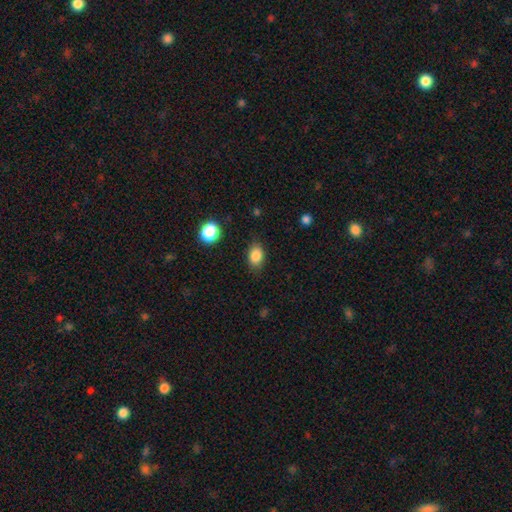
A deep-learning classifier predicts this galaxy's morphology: A smooth galaxy with no disk features (86%) that is in between round and cigar-shaped (77%).

Vote fractions:
- Smooth or featured? smooth: 86% / star or artifact: 9% / featured or disk: 5%
- How rounded? in between: 77% / round: 22% / cigar-shaped: 1%
- Merging? none: 81% / minor disturbance: 14% / major disturbance: 4% / merger: 1%